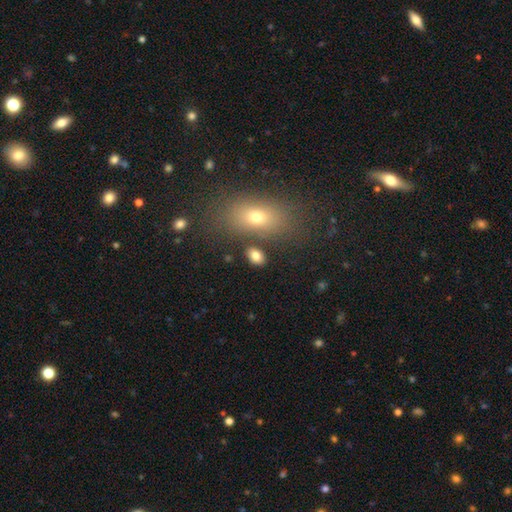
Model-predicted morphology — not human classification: smooth 81%, star or artifact 10%, featured or disk 9%. Down the decision tree: how rounded — in between (86%); merging — none (80%).